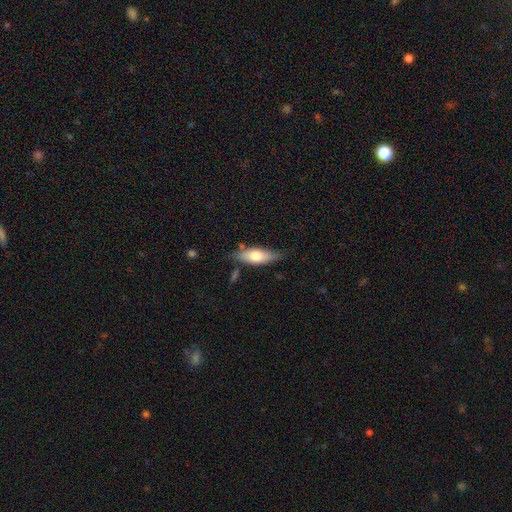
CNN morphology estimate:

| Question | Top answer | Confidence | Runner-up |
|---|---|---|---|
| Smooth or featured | smooth | 67% | featured or disk (27%) |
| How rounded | in between | 66% | cigar-shaped (32%) |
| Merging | none | 70% | minor disturbance (20%) |